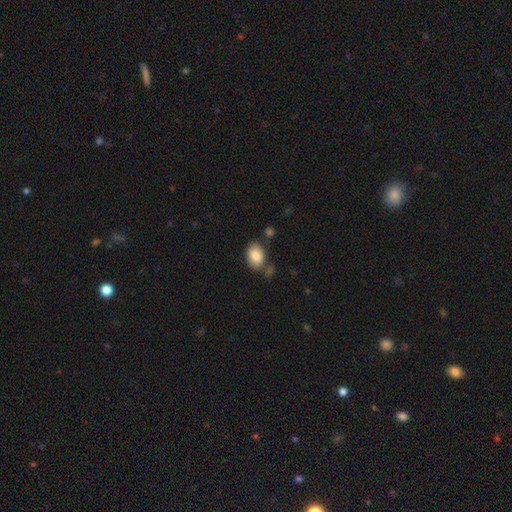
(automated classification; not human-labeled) smooth 81%, featured or disk 12%, star or artifact 7%. Down the decision tree: how rounded — in between (90%); merging — none (59%).